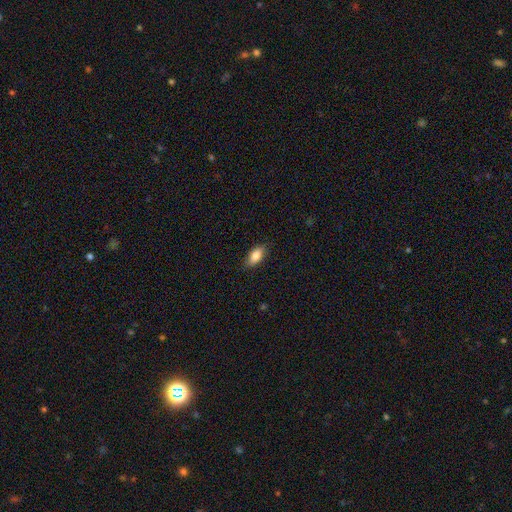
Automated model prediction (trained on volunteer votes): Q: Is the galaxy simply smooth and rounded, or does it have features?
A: smooth — 83%.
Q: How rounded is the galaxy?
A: in between — 87%.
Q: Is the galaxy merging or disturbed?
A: none — 85%.